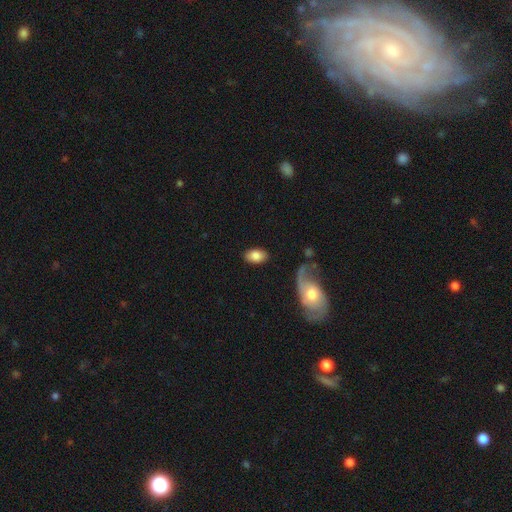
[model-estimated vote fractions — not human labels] smooth-or-featured: smooth: 81% | featured or disk: 13% | star or artifact: 6%
  how-rounded: in between: 93% | round: 6% | cigar-shaped: 2%
  merging: none: 82% | minor disturbance: 11% | major disturbance: 4% | merger: 3%